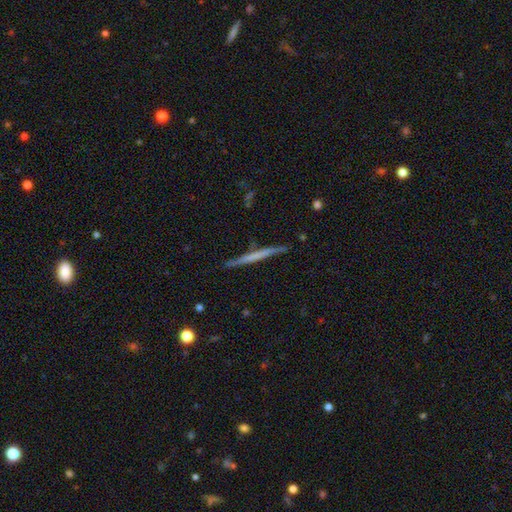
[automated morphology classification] featured or disk 55%, smooth 40%, star or artifact 5%. Down the decision tree: edge-on disk — yes (97%); edge-on bulge — none (85%); merging — none (88%).